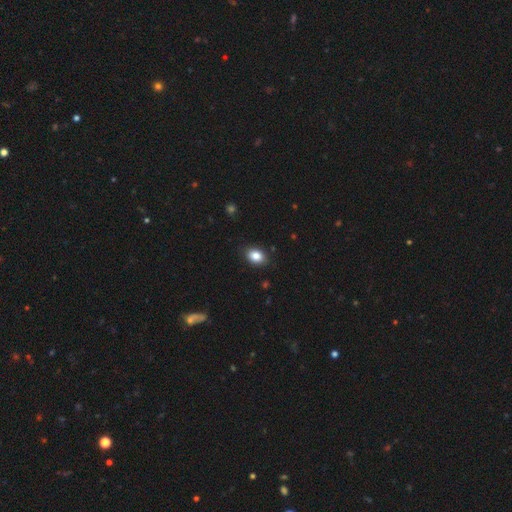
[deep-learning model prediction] Smooth or featured? smooth (85%)
How rounded? in between (76%)
Merging? none (88%)